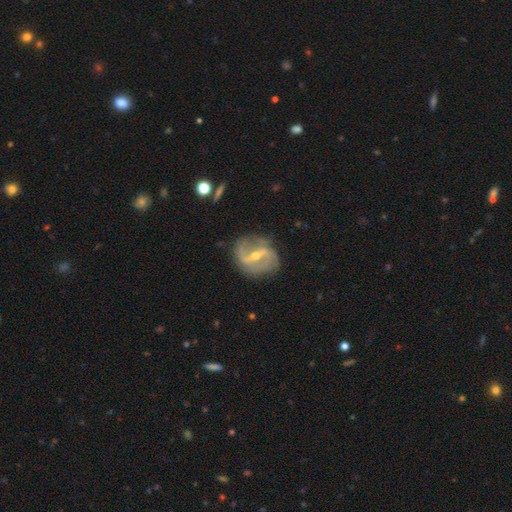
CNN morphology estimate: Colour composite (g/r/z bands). It shows a featured or disk galaxy (86%) with a strong bar (55%), 2 (84%) loose (42%) spiral arms (89%) and a small central bulge (54%). Merging: none (78%).